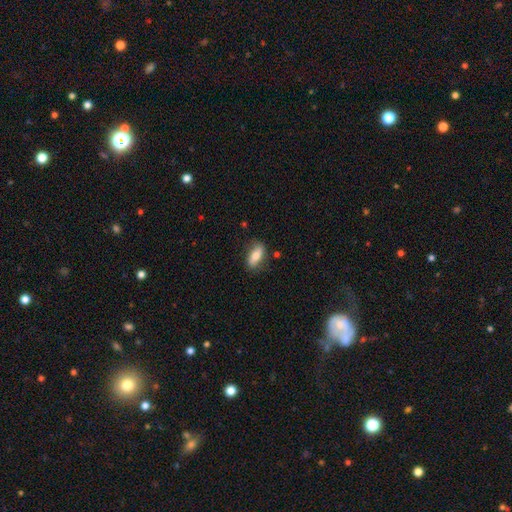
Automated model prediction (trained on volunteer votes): smooth-or-featured: smooth: 75% | featured or disk: 19% | star or artifact: 7%
  how-rounded: in between: 83% | cigar-shaped: 13% | round: 4%
  merging: none: 76% | minor disturbance: 18% | major disturbance: 4% | merger: 2%